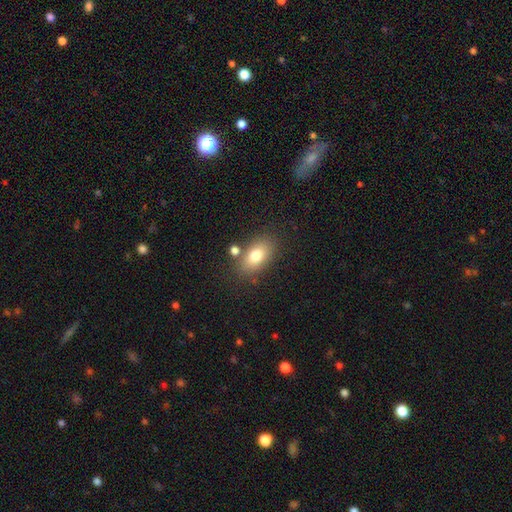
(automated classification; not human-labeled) Smooth or featured: smooth — 76% (featured or disk — 14%)
How rounded: in between — 86% (round — 11%)
Merging: none — 74% (minor disturbance — 12%)